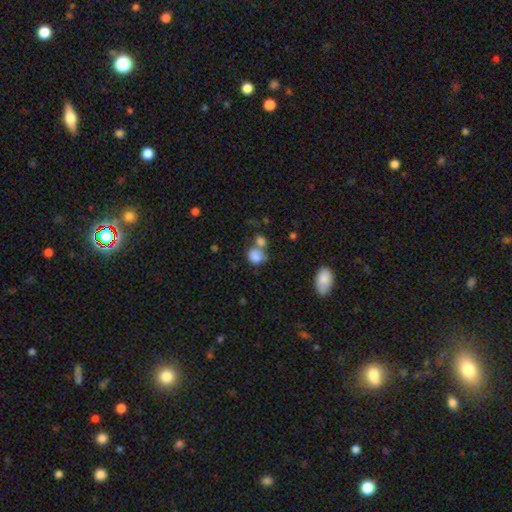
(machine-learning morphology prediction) Smooth or featured? smooth (81%)
How rounded? round (61%)
Merging? merger (43%)